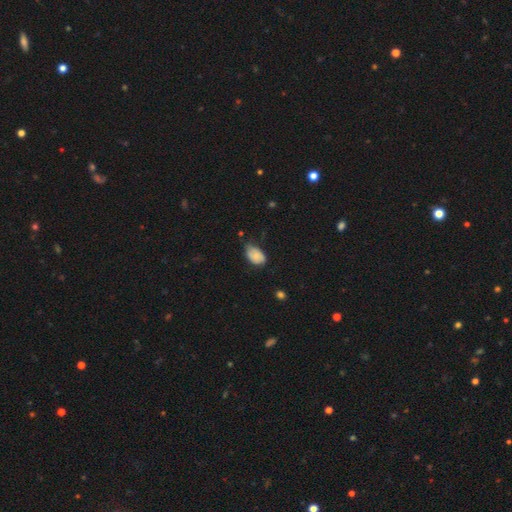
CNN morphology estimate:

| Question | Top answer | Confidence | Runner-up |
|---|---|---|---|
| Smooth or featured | smooth | 81% | featured or disk (12%) |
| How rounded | in between | 90% | round (8%) |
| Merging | none | 48% | minor disturbance (42%) |